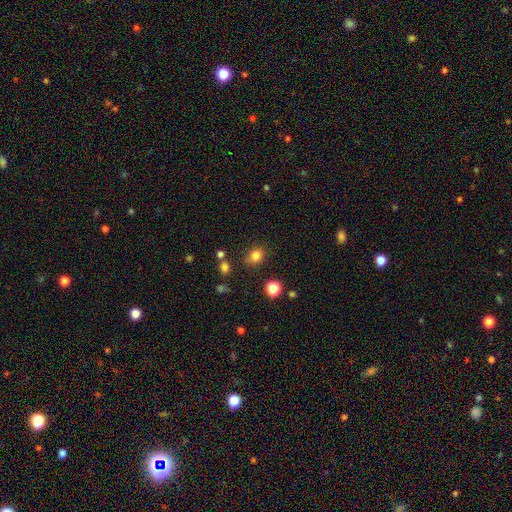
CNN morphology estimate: Q: Smooth or featured?
A: smooth (81%); runner-up: star or artifact (13%)
Q: How rounded?
A: round (61%); runner-up: in between (38%)
Q: Merging?
A: none (79%); runner-up: minor disturbance (12%)